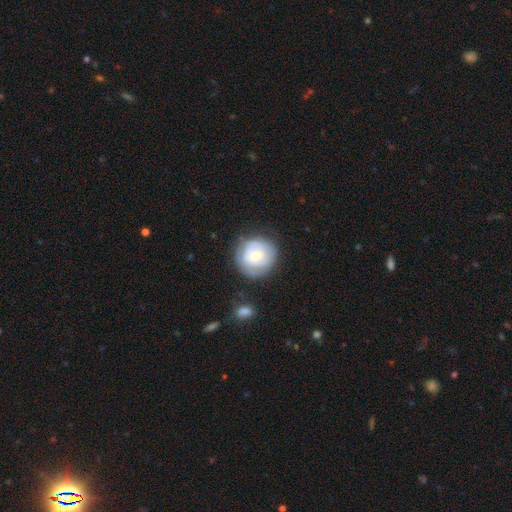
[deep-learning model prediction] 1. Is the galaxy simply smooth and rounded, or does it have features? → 52% featured or disk, 42% smooth, 7% star or artifact.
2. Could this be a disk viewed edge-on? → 97% no, 3% yes.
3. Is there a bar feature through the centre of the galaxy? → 79% no, 17% weak, 4% strong.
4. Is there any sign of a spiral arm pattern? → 57% yes, 43% no.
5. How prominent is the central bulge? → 50% moderate, 44% small, 4% large, 1% none, 1% dominant.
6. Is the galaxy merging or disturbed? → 70% none, 19% minor disturbance, 8% major disturbance, 2% merger.